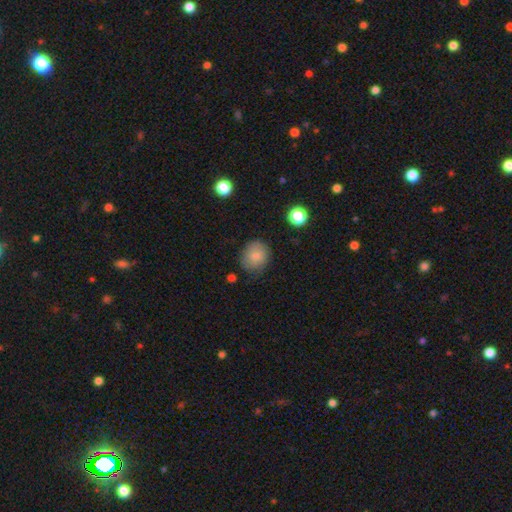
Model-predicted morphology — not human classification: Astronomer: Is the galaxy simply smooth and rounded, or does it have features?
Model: smooth — 79%.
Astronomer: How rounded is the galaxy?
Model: round — 69%.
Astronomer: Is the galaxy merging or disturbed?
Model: none — 72%.